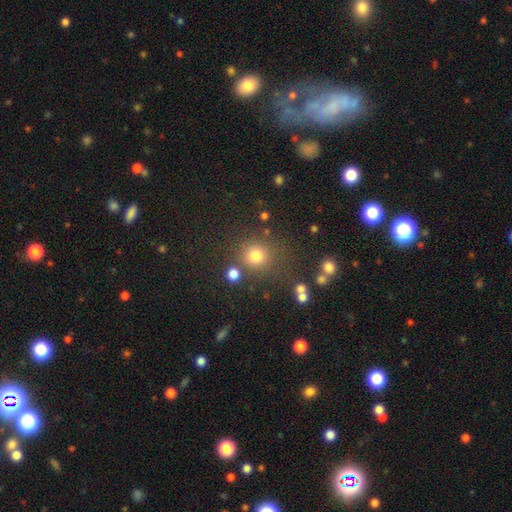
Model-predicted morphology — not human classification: Q: Smooth or featured?
A: smooth (77%); runner-up: star or artifact (17%)
Q: How rounded?
A: round (91%); runner-up: in between (8%)
Q: Merging?
A: none (78%); runner-up: minor disturbance (10%)